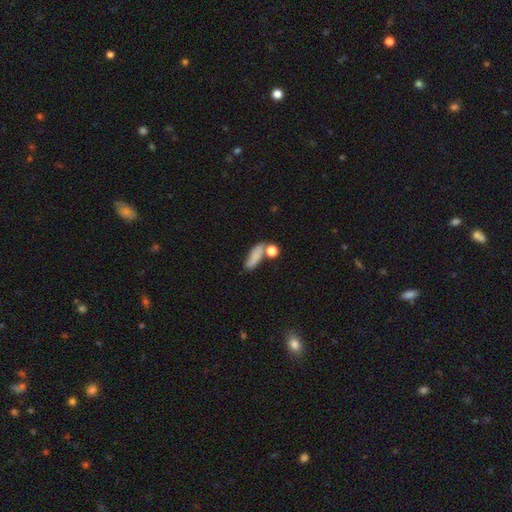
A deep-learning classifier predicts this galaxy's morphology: The model was most divided on "how rounded": in between: 55%, cigar-shaped: 34%, round: 10%. More confident: smooth or featured — smooth (78%); merging — none (55%).